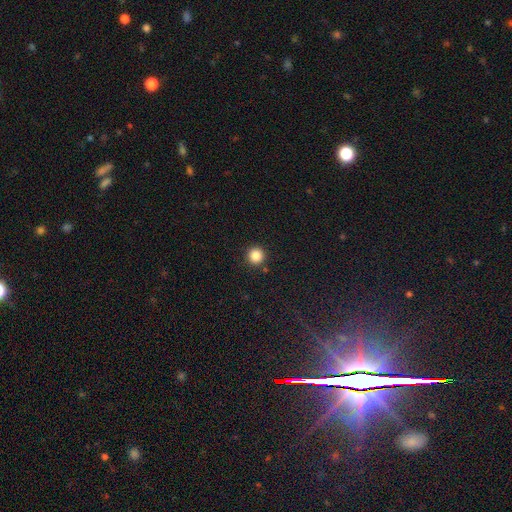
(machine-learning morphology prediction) Smooth or featured? smooth (85%)
How rounded? round (96%)
Merging? none (92%)